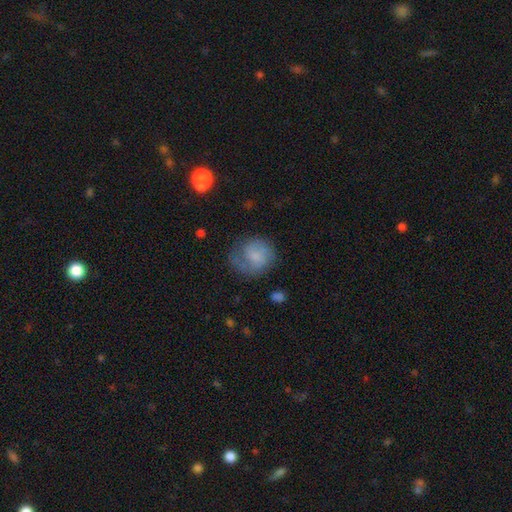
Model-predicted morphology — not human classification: This is likely a smooth galaxy (61%). How rounded: likely round (78%). Merging: possibly none (52%).